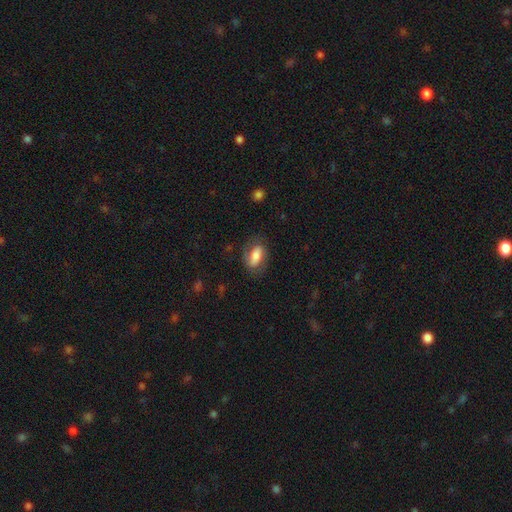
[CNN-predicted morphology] smooth_or_featured: smooth (p=0.64) [alt: featured or disk p=0.29]
how_rounded: in between (p=0.86) [alt: cigar-shaped p=0.07]
merging: none (p=0.70) [alt: minor disturbance p=0.20]